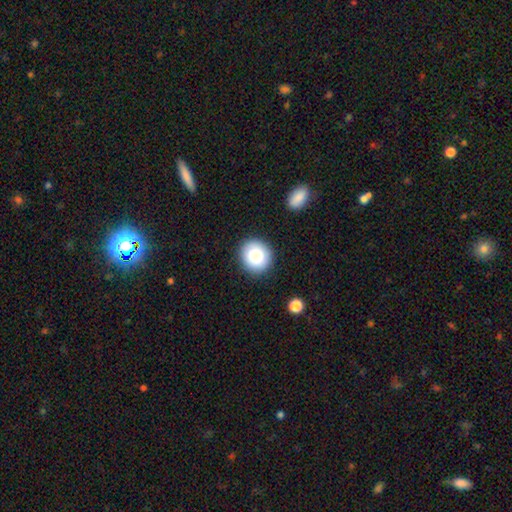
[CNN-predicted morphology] smooth_or_featured: smooth (p=0.84) [alt: featured or disk p=0.08]
how_rounded: round (p=0.86) [alt: in between p=0.13]
merging: none (p=0.89) [alt: minor disturbance p=0.08]